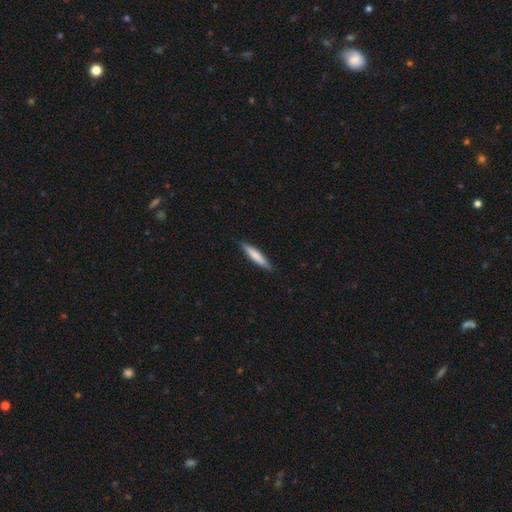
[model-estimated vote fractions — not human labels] This is likely a smooth galaxy (76%). How rounded: clearly cigar-shaped (90%). Merging: clearly none (88%).